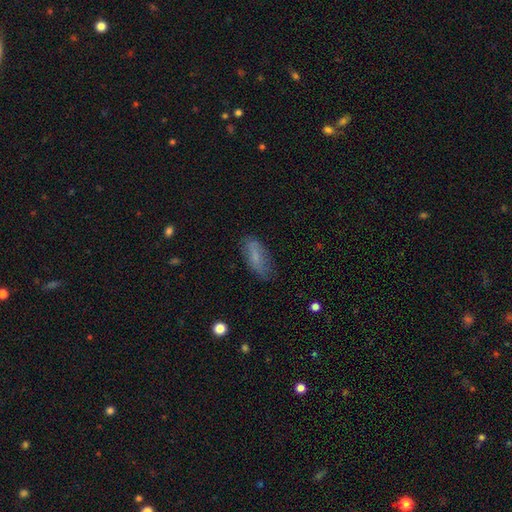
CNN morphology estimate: This is likely a smooth galaxy (69%). How rounded: likely in between (73%). Merging: likely none (71%).